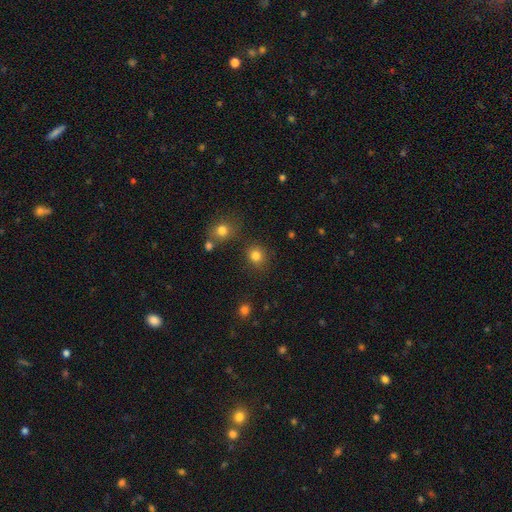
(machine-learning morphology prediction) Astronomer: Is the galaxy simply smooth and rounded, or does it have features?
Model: smooth — 82%.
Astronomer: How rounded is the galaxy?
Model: round — 86%.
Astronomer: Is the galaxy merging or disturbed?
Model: none — 83%.